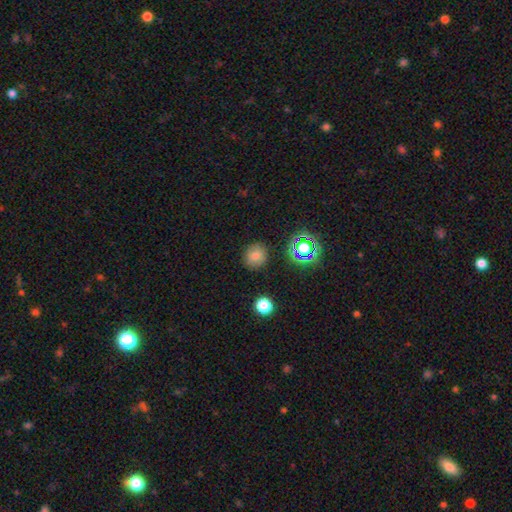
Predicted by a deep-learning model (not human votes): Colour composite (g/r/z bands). It shows a smooth galaxy with no disk features (75%) that is round (87%). Merging: none (86%).